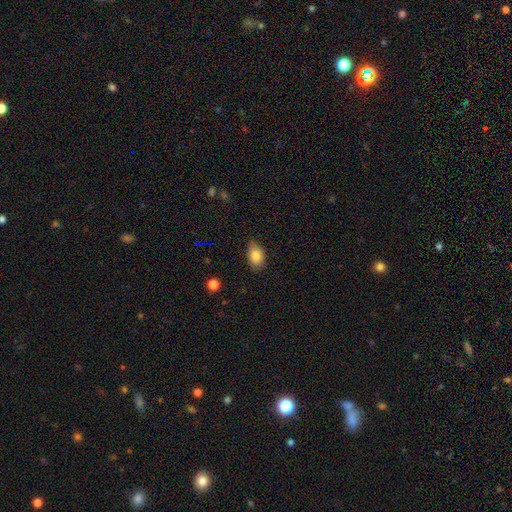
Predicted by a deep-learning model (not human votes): A smooth galaxy with no disk features (84%) that is in between round and cigar-shaped (86%).

Vote fractions:
- Smooth or featured? smooth: 84% / star or artifact: 8% / featured or disk: 8%
- How rounded? in between: 86% / round: 13% / cigar-shaped: 2%
- Merging? none: 76% / minor disturbance: 20% / major disturbance: 3% / merger: 1%